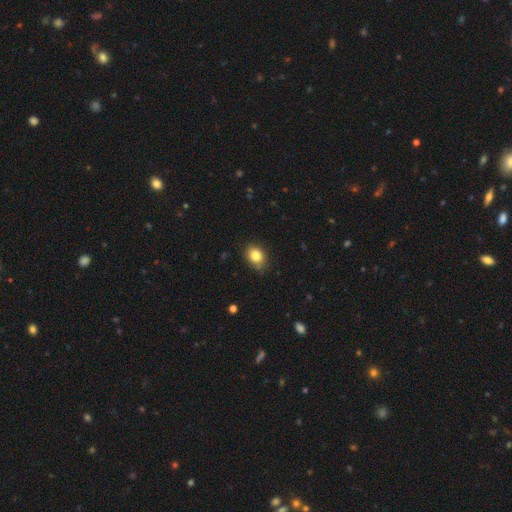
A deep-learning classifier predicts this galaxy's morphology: This is clearly a smooth galaxy (83%). How rounded: possibly in between (57%). Merging: likely none (78%).